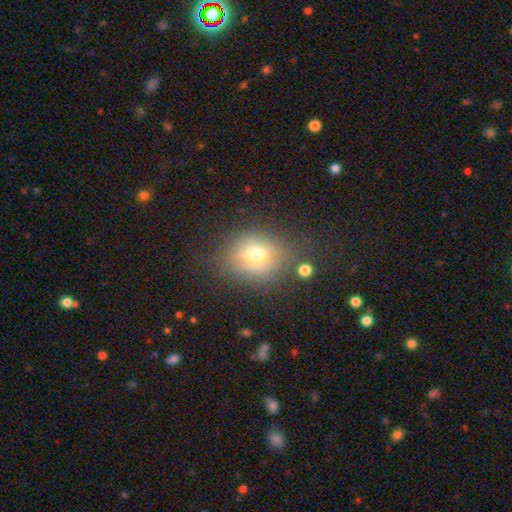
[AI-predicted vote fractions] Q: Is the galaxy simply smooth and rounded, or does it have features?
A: smooth — 56%.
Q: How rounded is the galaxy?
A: round — 55%.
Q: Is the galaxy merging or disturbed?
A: none — 71%.